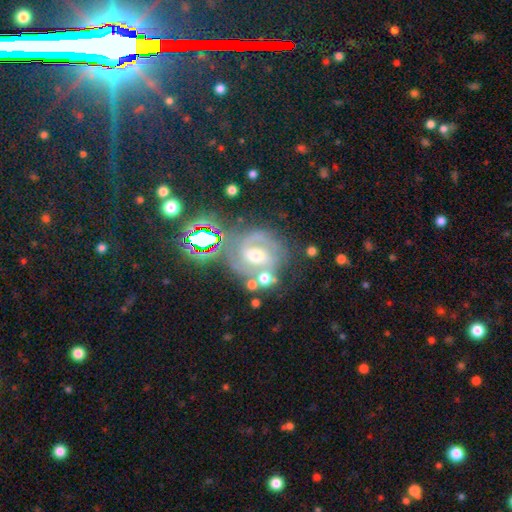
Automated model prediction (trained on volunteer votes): Overall: featured or disk (73%). Edge-on disk: no (97%). Bar: weak (45%; no 32%). Spiral arms: yes (92%). Spiral arm count: 2 (60%). Spiral winding: tight (53%; medium 39%). Bulge size: moderate (60%; small 33%). Merging: none (61%).